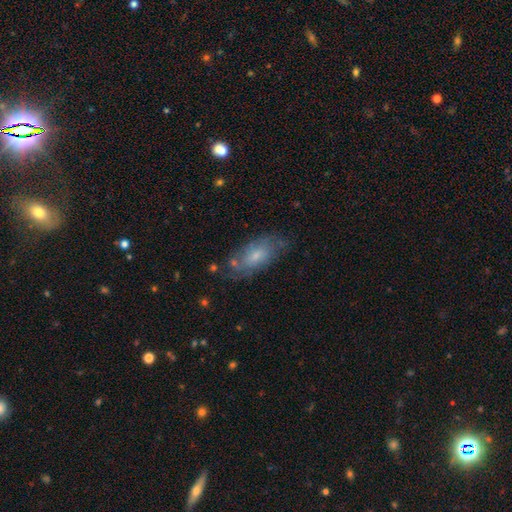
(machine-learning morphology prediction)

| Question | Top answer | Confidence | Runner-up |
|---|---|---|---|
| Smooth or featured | featured or disk | 51% | smooth (40%) |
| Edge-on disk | no | 88% | yes (12%) |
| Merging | none | 68% | minor disturbance (21%) |